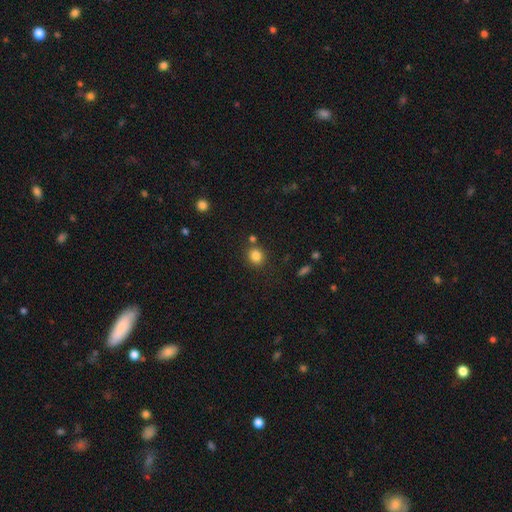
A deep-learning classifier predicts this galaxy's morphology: smooth_or_featured: smooth (p=0.83) [alt: star or artifact p=0.12]
how_rounded: round (p=0.81) [alt: in between p=0.18]
merging: none (p=0.79) [alt: minor disturbance p=0.09]